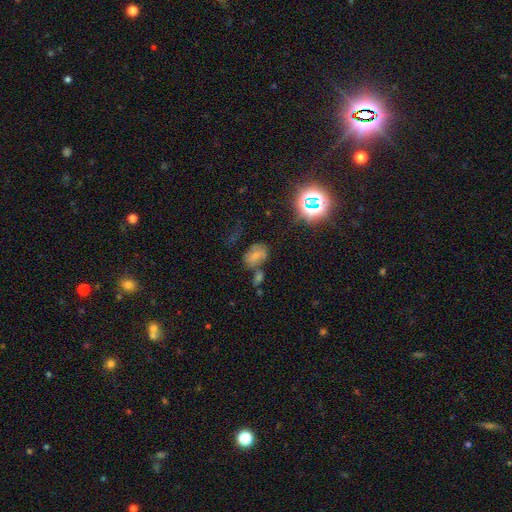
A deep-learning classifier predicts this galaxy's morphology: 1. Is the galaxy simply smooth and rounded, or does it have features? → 55% smooth, 23% featured or disk, 22% star or artifact.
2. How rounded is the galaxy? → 78% in between, 20% round, 2% cigar-shaped.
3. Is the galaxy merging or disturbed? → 38% none, 27% merger, 20% minor disturbance, 15% major disturbance.